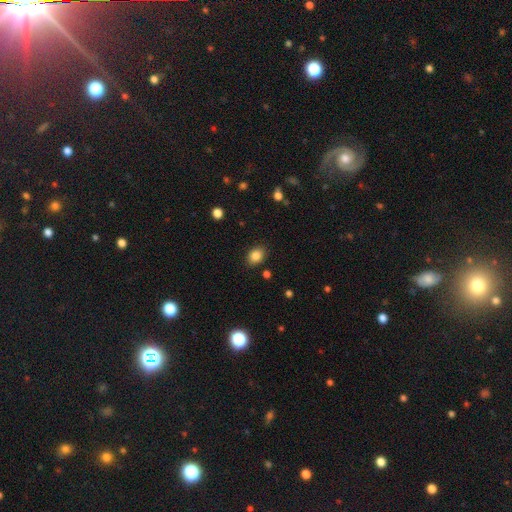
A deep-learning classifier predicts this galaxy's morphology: Overall: smooth (84%). How rounded: in between (61%; round 38%). Merging: none (87%).